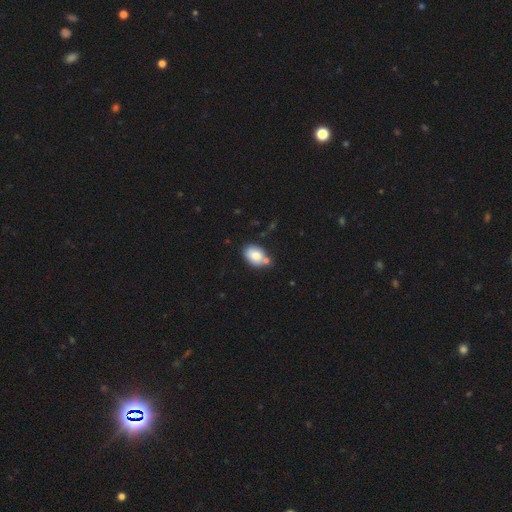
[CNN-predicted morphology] smooth_or_featured: smooth (p=0.81) [alt: featured or disk p=0.11]
how_rounded: in between (p=0.82) [alt: round p=0.17]
merging: none (p=0.57) [alt: merger p=0.21]